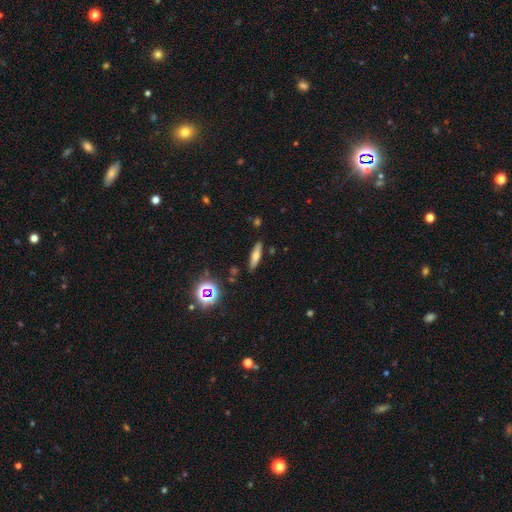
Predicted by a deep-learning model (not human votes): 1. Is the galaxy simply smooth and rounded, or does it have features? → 63% smooth, 24% featured or disk, 13% star or artifact.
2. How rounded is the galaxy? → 69% cigar-shaped, 28% in between, 3% round.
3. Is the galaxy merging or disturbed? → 86% none, 9% minor disturbance, 2% merger, 2% major disturbance.